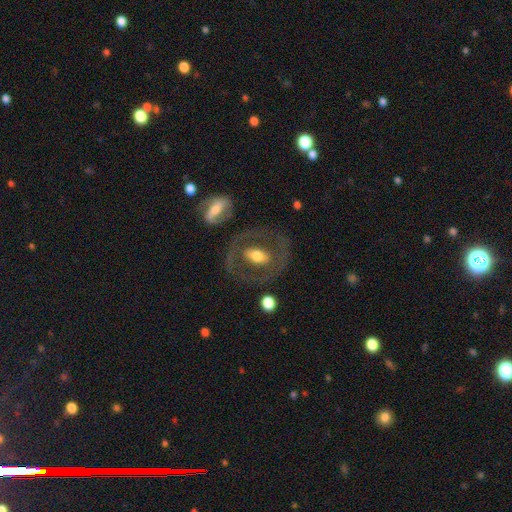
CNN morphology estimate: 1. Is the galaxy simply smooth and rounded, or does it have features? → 60% featured or disk, 34% smooth, 6% star or artifact.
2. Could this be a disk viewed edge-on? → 92% no, 8% yes.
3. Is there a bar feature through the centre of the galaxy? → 48% no, 27% strong, 25% weak.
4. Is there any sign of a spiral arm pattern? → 73% no, 27% yes.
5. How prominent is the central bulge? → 62% moderate, 21% large, 14% small, 2% dominant, 2% none.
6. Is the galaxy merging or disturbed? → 73% none, 12% minor disturbance, 12% major disturbance, 4% merger.